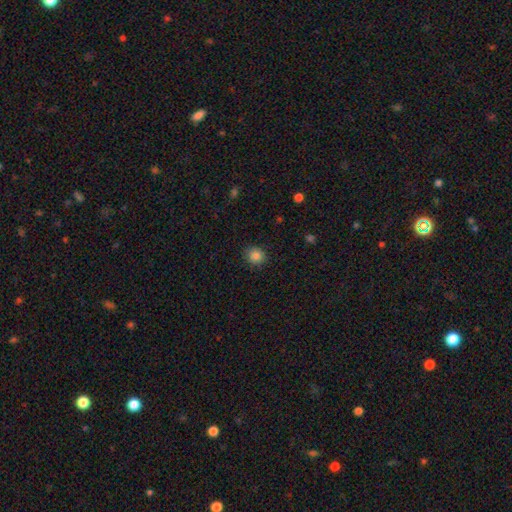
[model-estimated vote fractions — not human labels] The model was most divided on "how rounded": round: 86%, in between: 13%, cigar-shaped: 1%. More confident: merging — none (88%); smooth or featured — smooth (85%).